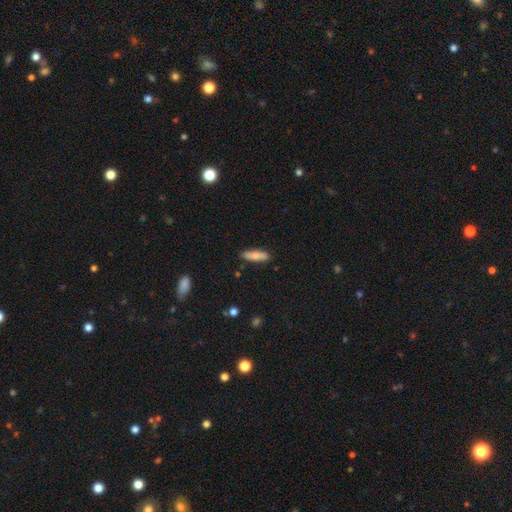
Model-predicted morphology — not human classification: Smooth or featured? smooth (72%)
How rounded? cigar-shaped (63%)
Merging? none (85%)